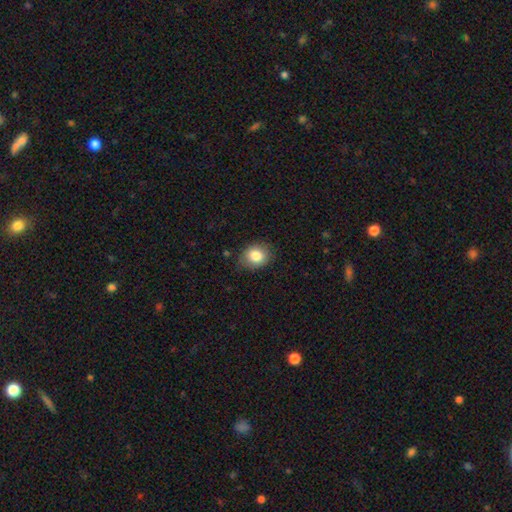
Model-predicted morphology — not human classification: The model was most divided on "how rounded": round: 58%, in between: 42%, cigar-shaped: 1%. More confident: smooth or featured — smooth (83%); merging — none (80%).